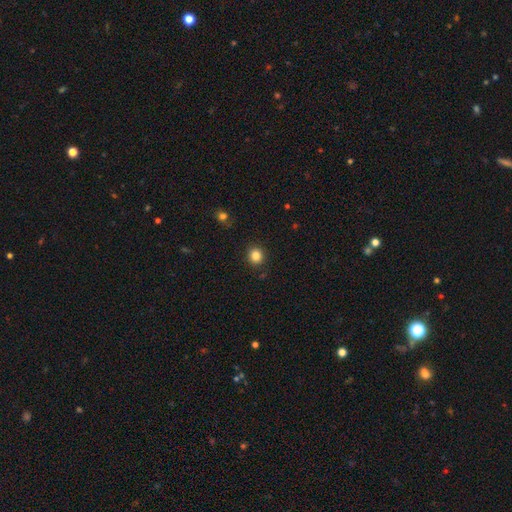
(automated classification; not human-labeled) Morphology: type=smooth (84%); roundness=round (87%); merging=none (90%).